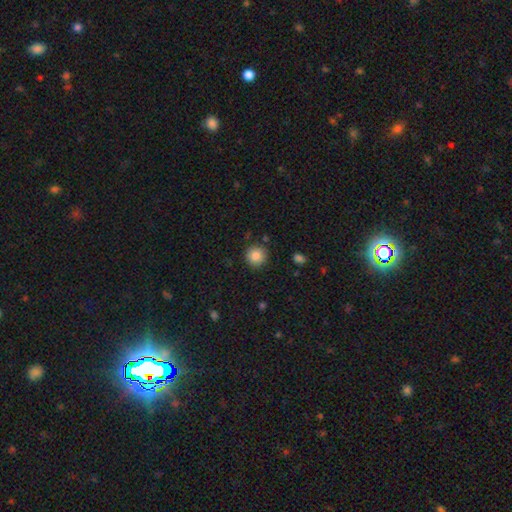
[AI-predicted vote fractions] Smooth or featured? Predicted: smooth (p=0.86). How rounded? Predicted: round (p=0.94). Merging? Predicted: none (p=0.88).